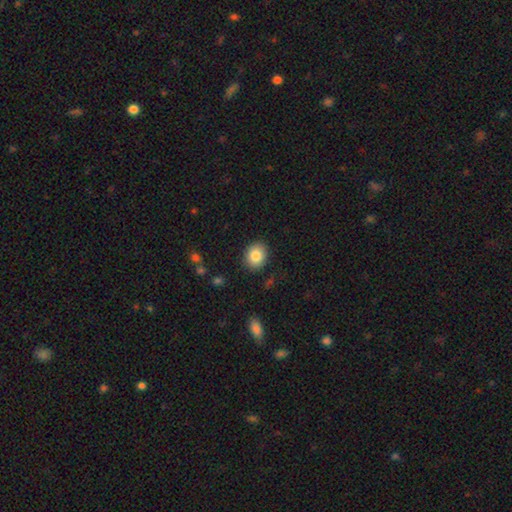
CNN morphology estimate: Smooth or featured? smooth (85%)
How rounded? round (57%)
Merging? none (89%)